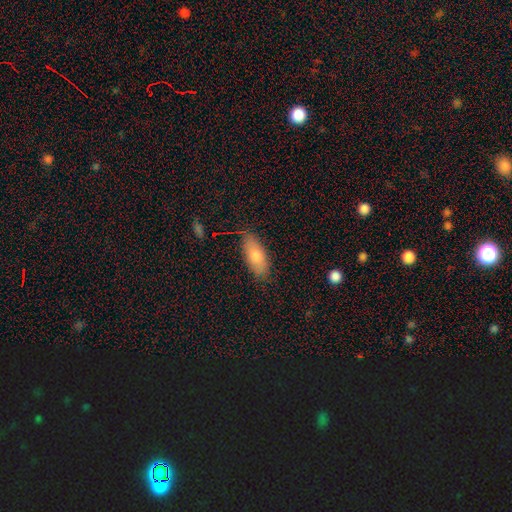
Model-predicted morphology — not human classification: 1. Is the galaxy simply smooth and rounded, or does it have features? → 76% smooth, 18% featured or disk, 7% star or artifact.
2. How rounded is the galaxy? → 80% in between, 18% cigar-shaped, 3% round.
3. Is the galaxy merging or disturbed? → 79% none, 17% minor disturbance, 3% major disturbance, 1% merger.